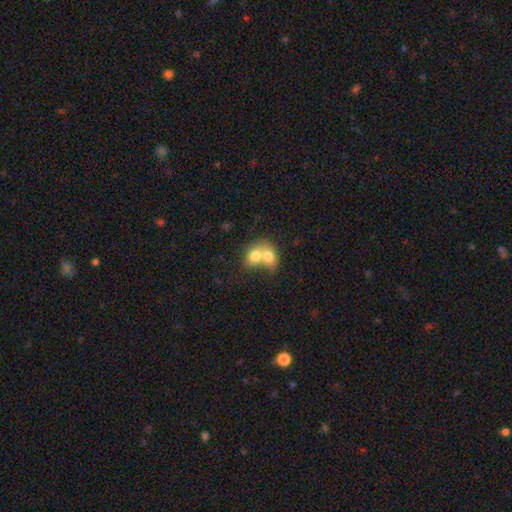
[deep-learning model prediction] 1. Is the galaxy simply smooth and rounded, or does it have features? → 72% smooth, 20% featured or disk, 8% star or artifact.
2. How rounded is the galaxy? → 56% in between, 43% round, 1% cigar-shaped.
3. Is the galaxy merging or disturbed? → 78% merger, 13% none, 5% minor disturbance, 3% major disturbance.